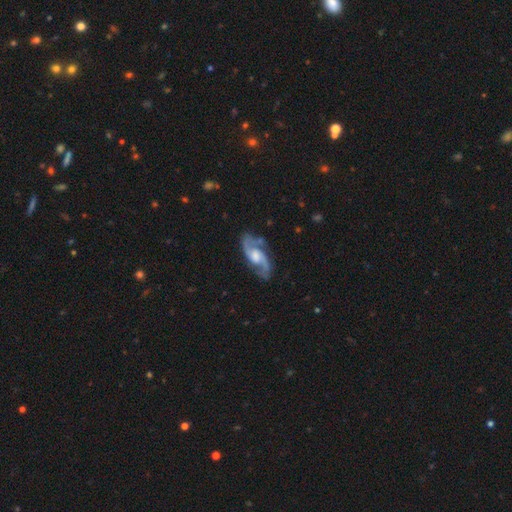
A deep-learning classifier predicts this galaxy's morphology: This is clearly a featured or disk galaxy (88%). It is clearly not viewed edge-on (95%). Bar: possibly no (47%). Spiral arm pattern: clearly yes (97%). Spiral arm count: clearly 2 (92%). Spiral winding: possibly medium (55%). Central bulge: possibly moderate (48%). Merging: likely none (77%).